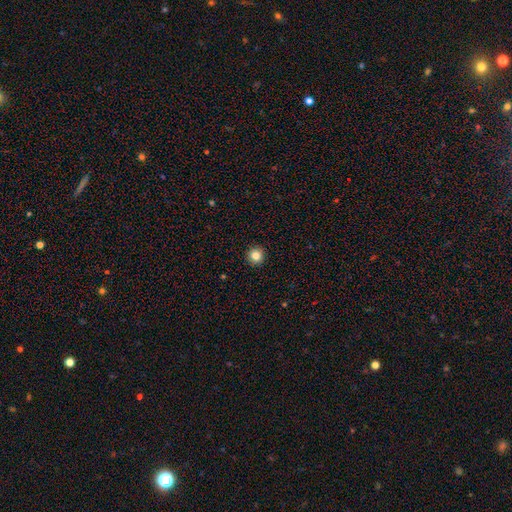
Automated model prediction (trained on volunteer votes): This appears to be a smooth galaxy with no disk features (84%) that is round (96%). Merging: none (94%).